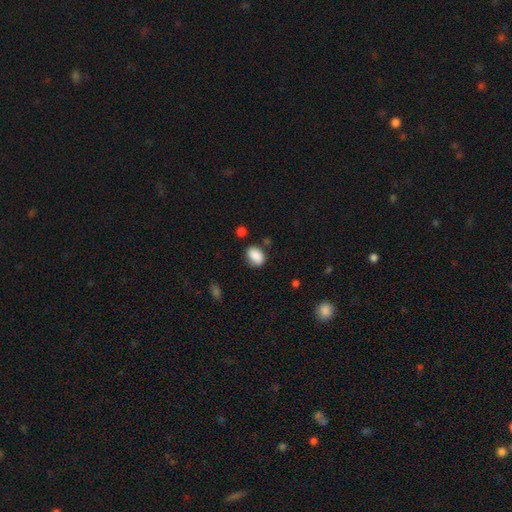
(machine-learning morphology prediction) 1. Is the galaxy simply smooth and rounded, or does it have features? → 86% smooth, 8% star or artifact, 6% featured or disk.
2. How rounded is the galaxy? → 79% in between, 20% round, 1% cigar-shaped.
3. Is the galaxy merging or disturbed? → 71% none, 21% minor disturbance, 5% major disturbance, 4% merger.